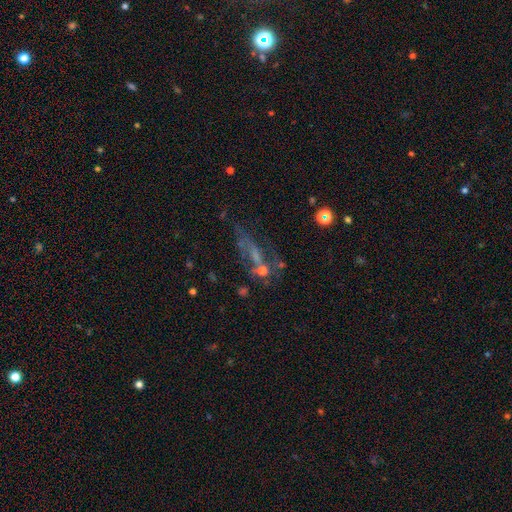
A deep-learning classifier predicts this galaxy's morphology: A featured or disk galaxy (45%). Merging: none (41%).